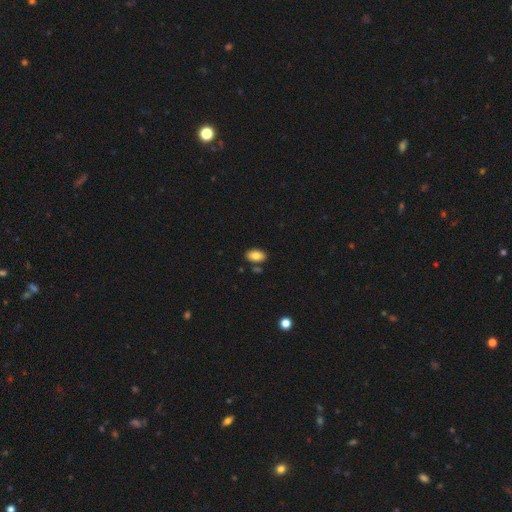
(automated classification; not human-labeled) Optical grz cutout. It shows a smooth galaxy with no disk features (83%) that is in between round and cigar-shaped (91%). Merging: none (81%).